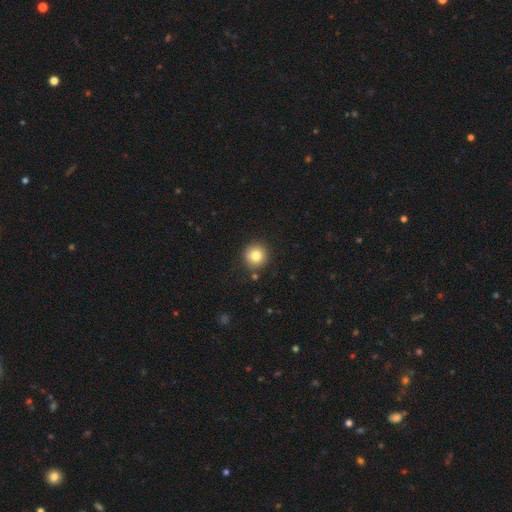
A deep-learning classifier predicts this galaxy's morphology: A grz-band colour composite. It shows a smooth galaxy with no disk features (81%) that is round (94%). Merging: none (87%).